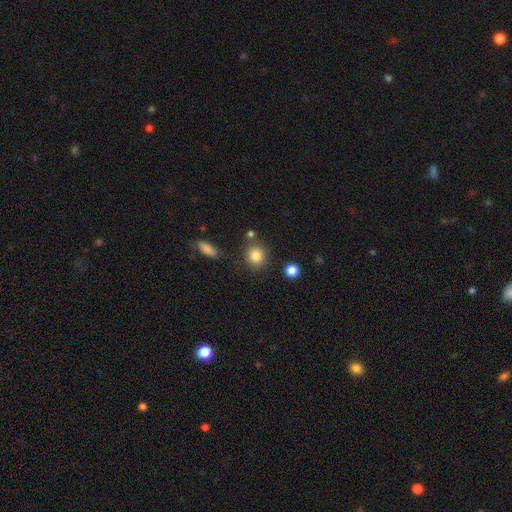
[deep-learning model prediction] This appears to be a smooth galaxy with no disk features (84%) that is round (81%). Merging: none (80%).